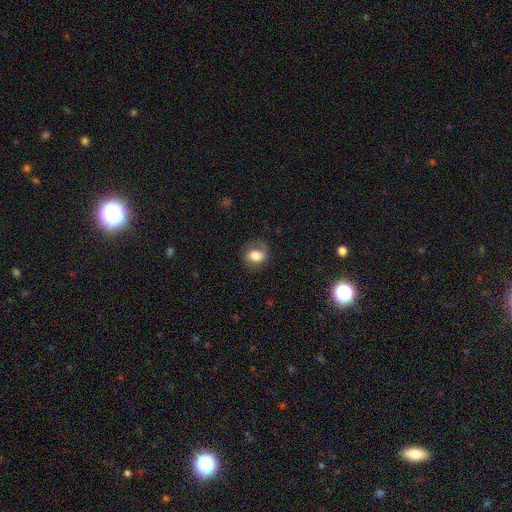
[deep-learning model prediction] A smooth galaxy with no disk features (64%) that is in between round and cigar-shaped (51%). Merging: none (65%).